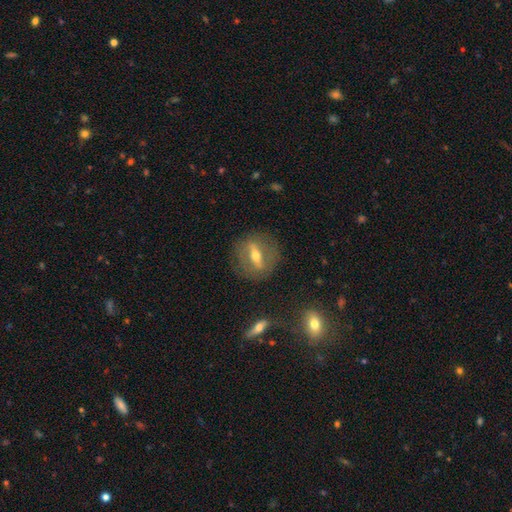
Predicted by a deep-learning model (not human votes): Q: Smooth or featured?
A: featured or disk (67%); runner-up: smooth (25%)
Q: Edge-on disk?
A: no (60%); runner-up: yes (40%)
Q: Merging?
A: none (80%); runner-up: minor disturbance (12%)